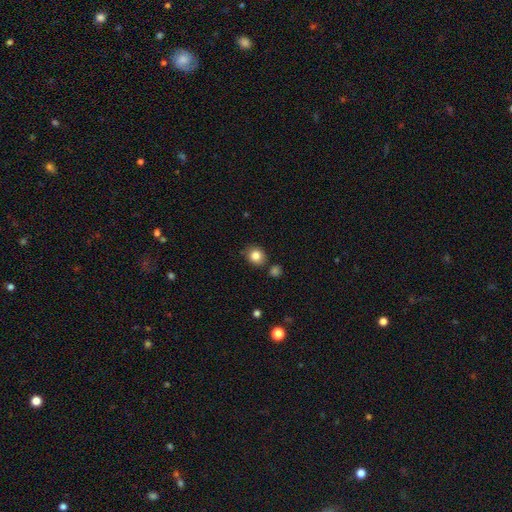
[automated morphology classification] Smooth or featured? smooth (84%)
How rounded? round (76%)
Merging? none (79%)